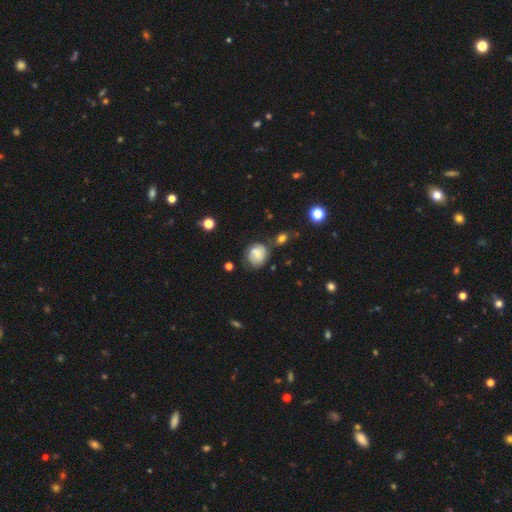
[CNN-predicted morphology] This appears to be a smooth galaxy with no disk features (64%) that is round (81%). Merging: none (75%).